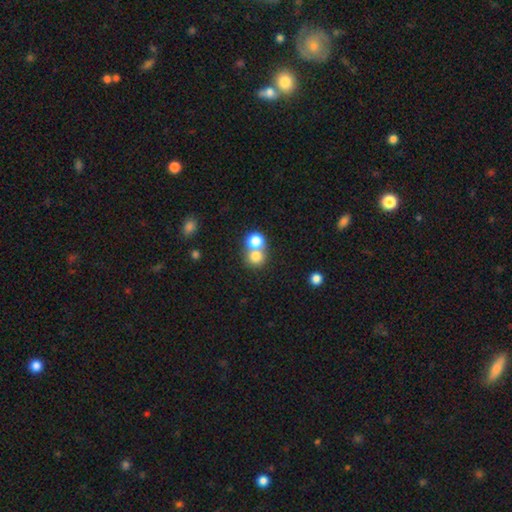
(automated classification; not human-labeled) Smooth or featured: smooth — 77% (star or artifact — 12%)
How rounded: round — 85% (in between — 14%)
Merging: merger — 54% (none — 39%)